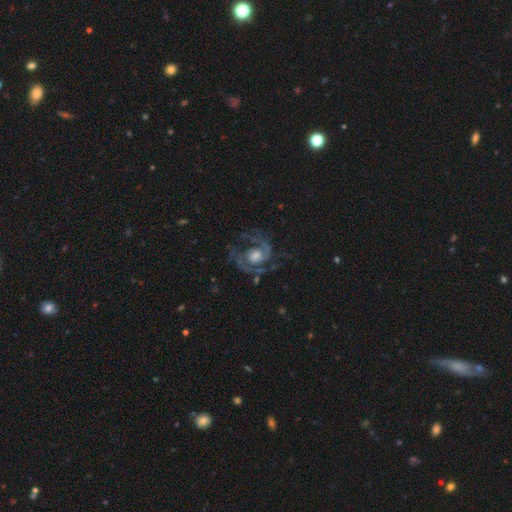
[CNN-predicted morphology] Overall: featured or disk (87%). Edge-on disk: no (98%). Bar: no (68%). Spiral arms: yes (95%). Spiral arm count: 2 (75%). Spiral winding: medium (52%; tight 34%). Bulge size: moderate (52%; large 27%). Merging: none (65%).